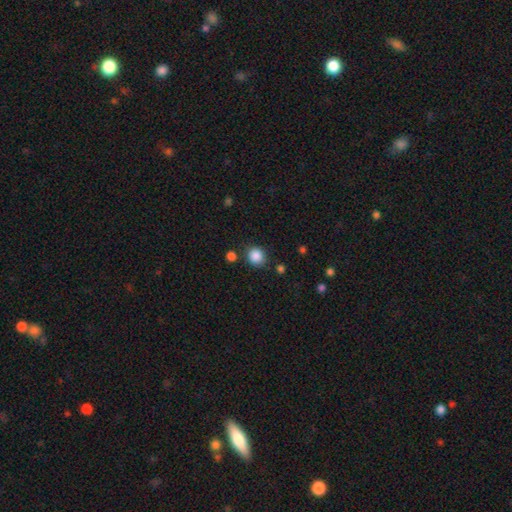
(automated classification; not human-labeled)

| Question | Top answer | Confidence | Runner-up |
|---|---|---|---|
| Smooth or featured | smooth | 87% | star or artifact (10%) |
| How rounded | round | 82% | in between (17%) |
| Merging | none | 81% | minor disturbance (11%) |